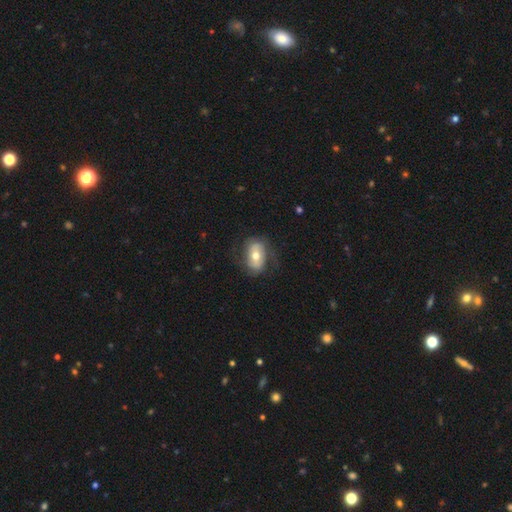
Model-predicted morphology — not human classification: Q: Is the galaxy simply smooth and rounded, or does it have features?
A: featured or disk — 52%.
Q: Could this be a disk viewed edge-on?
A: no — 93%.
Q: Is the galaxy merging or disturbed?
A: none — 66%.